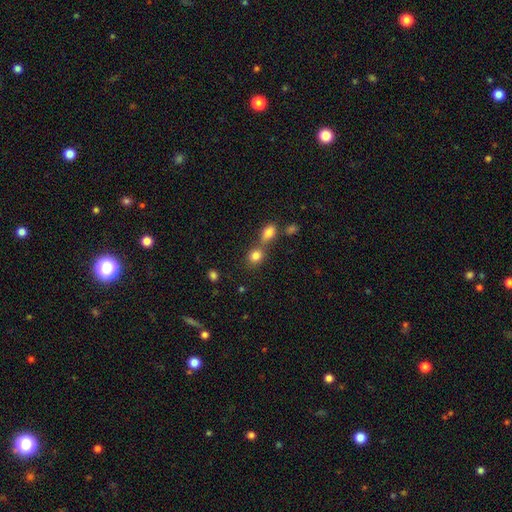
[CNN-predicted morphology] The model was most divided on "merging" (2-way tie): none: 44%, merger: 44%, minor disturbance: 8%, major disturbance: 4%. More confident: smooth or featured — smooth (81%); how rounded — round (66%).